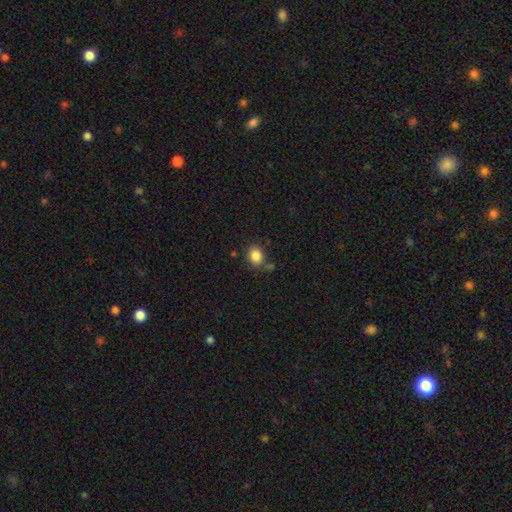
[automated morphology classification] Q: Smooth or featured?
A: smooth (85%); runner-up: star or artifact (10%)
Q: How rounded?
A: round (60%); runner-up: in between (39%)
Q: Merging?
A: none (73%); runner-up: minor disturbance (13%)